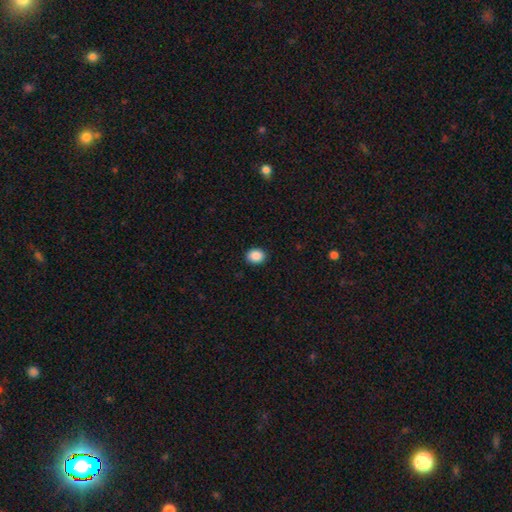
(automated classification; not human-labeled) smooth-or-featured: smooth: 89% | star or artifact: 8% | featured or disk: 3%
  how-rounded: round: 56% | in between: 43% | cigar-shaped: 1%
  merging: none: 91% | minor disturbance: 6% | major disturbance: 2% | merger: 1%